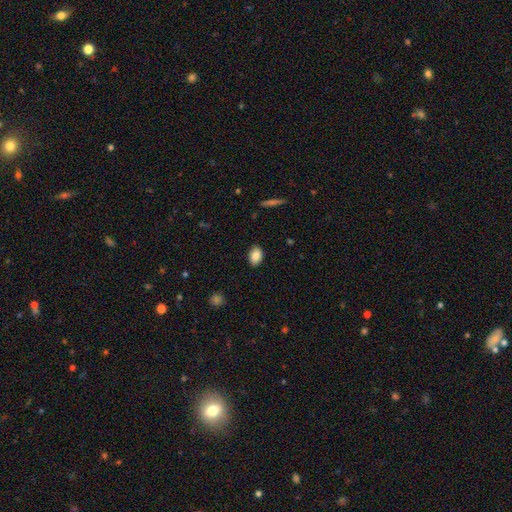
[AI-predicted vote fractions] Smooth or featured?
  - smooth: 86% *
  - star or artifact: 8%
  - featured or disk: 6%
How rounded?
  - in between: 86% *
  - round: 12%
  - cigar-shaped: 2%
Merging?
  - none: 89% *
  - minor disturbance: 8%
  - major disturbance: 2%
  - merger: 1%